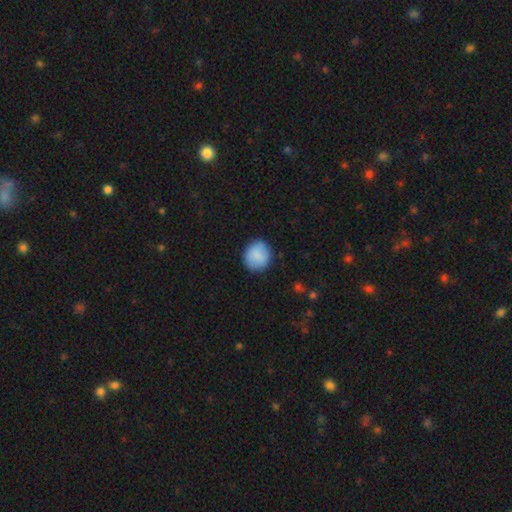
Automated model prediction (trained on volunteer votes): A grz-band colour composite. It shows a smooth galaxy with no disk features (87%) that is round (87%). Merging: none (87%).